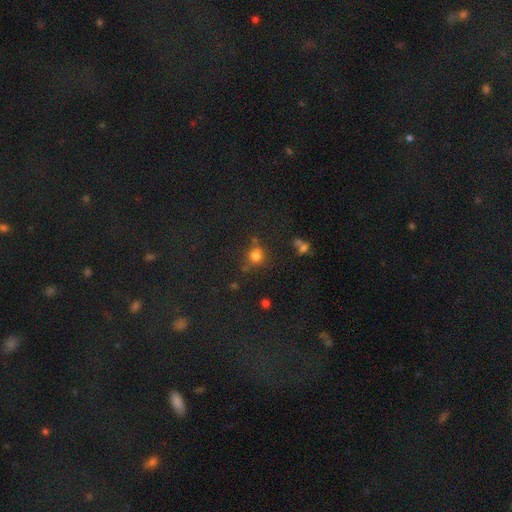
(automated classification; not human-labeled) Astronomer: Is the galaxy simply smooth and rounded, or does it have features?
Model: smooth — 73%.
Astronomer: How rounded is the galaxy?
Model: round — 86%.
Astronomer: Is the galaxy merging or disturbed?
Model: none — 68%.